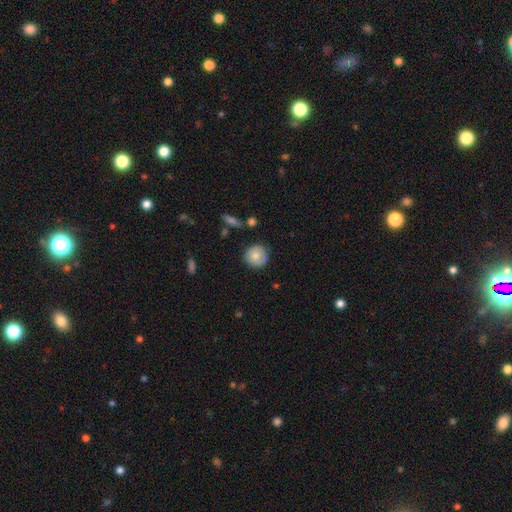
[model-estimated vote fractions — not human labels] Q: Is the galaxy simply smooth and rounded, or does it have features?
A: smooth — 79%.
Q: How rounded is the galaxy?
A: round — 93%.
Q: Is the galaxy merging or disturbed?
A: none — 84%.